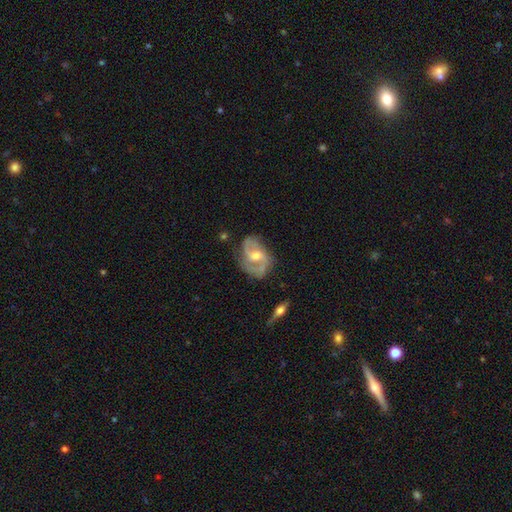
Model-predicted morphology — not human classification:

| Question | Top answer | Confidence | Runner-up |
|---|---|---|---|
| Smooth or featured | featured or disk | 86% | smooth (9%) |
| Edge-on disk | no | 97% | yes (3%) |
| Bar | weak | 46% | no (39%) |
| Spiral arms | yes | 95% | no (5%) |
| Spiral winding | medium | 52% | loose (28%) |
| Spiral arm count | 2 | 84% | can't tell (6%) |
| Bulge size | moderate | 67% | small (25%) |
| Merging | none | 68% | minor disturbance (21%) |